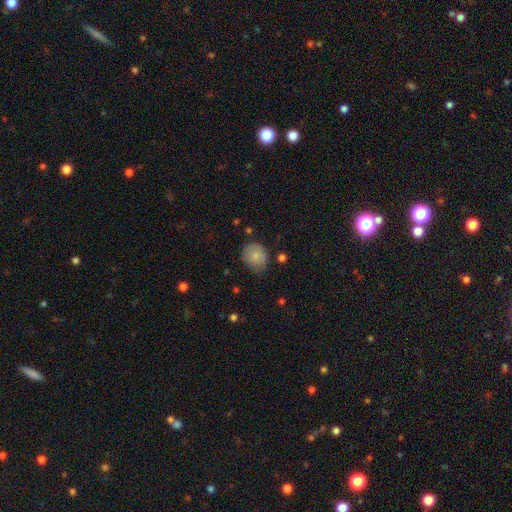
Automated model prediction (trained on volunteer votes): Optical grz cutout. It shows a smooth galaxy with no disk features (82%) that is round (64%). Merging: none (66%).